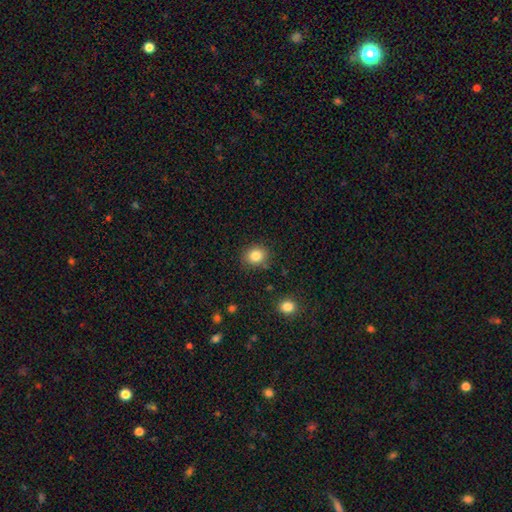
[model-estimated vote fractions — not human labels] smooth-or-featured: smooth: 84% | star or artifact: 10% | featured or disk: 6%
  how-rounded: round: 70% | in between: 29% | cigar-shaped: 1%
  merging: none: 85% | minor disturbance: 10% | major disturbance: 3% | merger: 2%